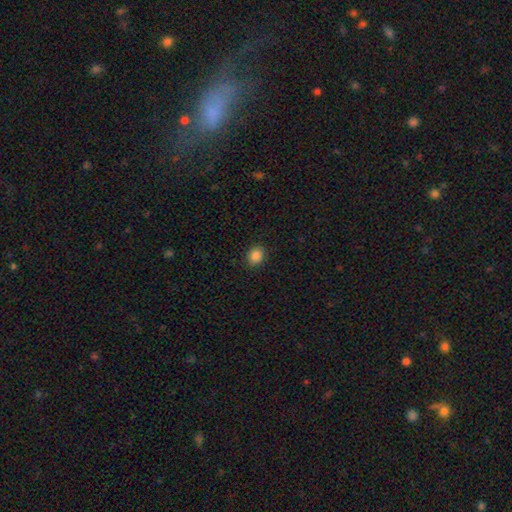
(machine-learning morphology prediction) Smooth or featured? smooth (86%)
How rounded? round (58%)
Merging? none (90%)